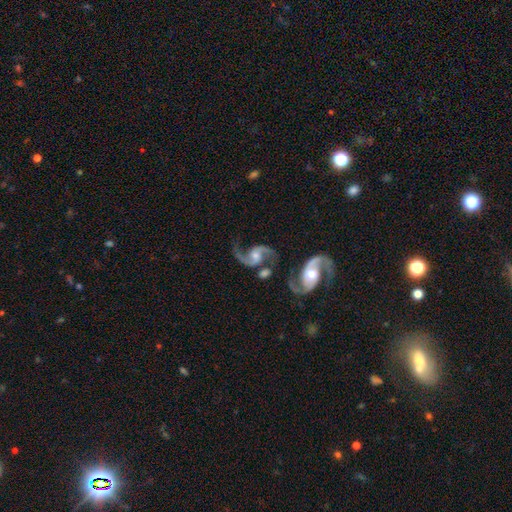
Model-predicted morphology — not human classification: Smooth or featured? featured or disk (92%)
Edge-on disk? no (98%)
Bar? no (51%)
Spiral arms? yes (98%)
Spiral winding? loose (61%)
Spiral arm count? 2 (93%)
Bulge size? moderate (53%)
Merging? none (53%)